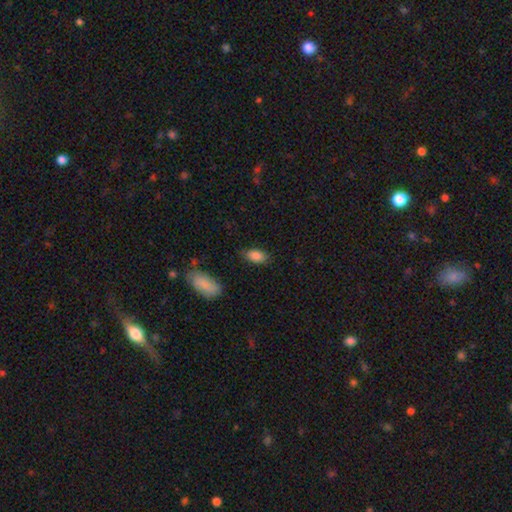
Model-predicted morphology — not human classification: A smooth galaxy with no disk features (87%) that is in between round and cigar-shaped (92%).

Vote fractions:
- Smooth or featured? smooth: 87% / star or artifact: 7% / featured or disk: 5%
- How rounded? in between: 92% / round: 4% / cigar-shaped: 4%
- Merging? none: 81% / minor disturbance: 14% / major disturbance: 3% / merger: 2%